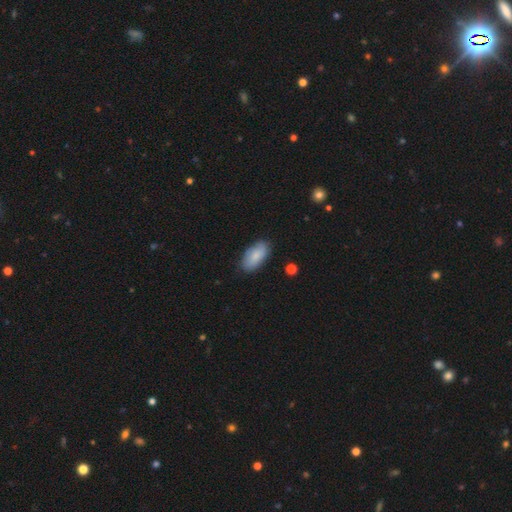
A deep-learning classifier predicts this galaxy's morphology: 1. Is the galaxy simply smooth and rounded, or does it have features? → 79% smooth, 15% featured or disk, 6% star or artifact.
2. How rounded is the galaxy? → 92% in between, 5% cigar-shaped, 2% round.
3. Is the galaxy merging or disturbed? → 80% none, 15% minor disturbance, 3% major disturbance, 1% merger.